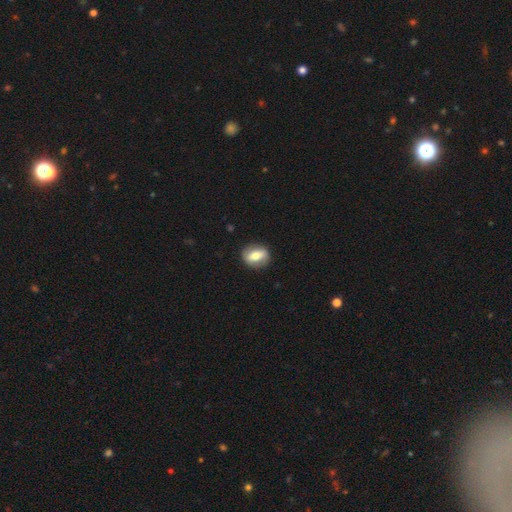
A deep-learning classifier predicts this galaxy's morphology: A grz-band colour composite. It shows a smooth galaxy with no disk features (63%) that is in between round and cigar-shaped (59%). Merging: none (85%).